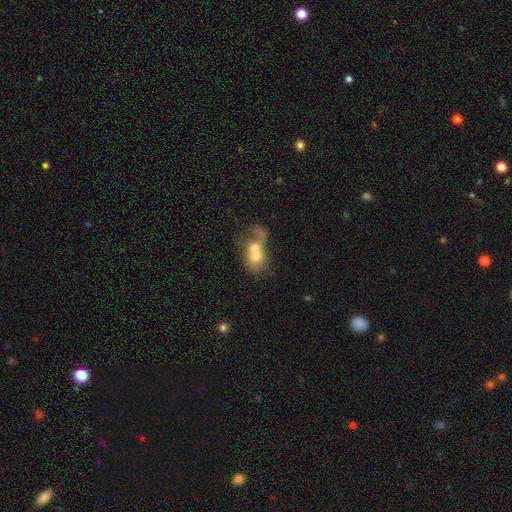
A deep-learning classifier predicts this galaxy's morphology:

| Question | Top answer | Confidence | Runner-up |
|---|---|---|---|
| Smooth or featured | smooth | 55% | featured or disk (36%) |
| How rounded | round | 50% | in between (48%) |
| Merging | merger | 79% | none (9%) |